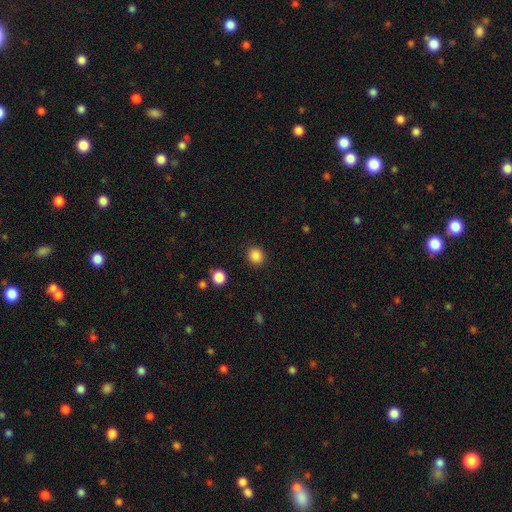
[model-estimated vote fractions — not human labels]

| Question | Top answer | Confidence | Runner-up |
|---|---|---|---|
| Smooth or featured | smooth | 87% | star or artifact (10%) |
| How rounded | round | 83% | in between (16%) |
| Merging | none | 90% | minor disturbance (6%) |